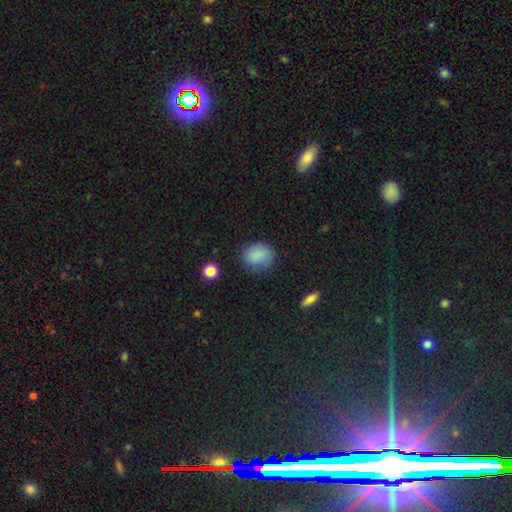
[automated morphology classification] smooth_or_featured: smooth (p=0.84) [alt: star or artifact p=0.10]
how_rounded: round (p=0.59) [alt: in between p=0.40]
merging: none (p=0.72) [alt: minor disturbance p=0.20]